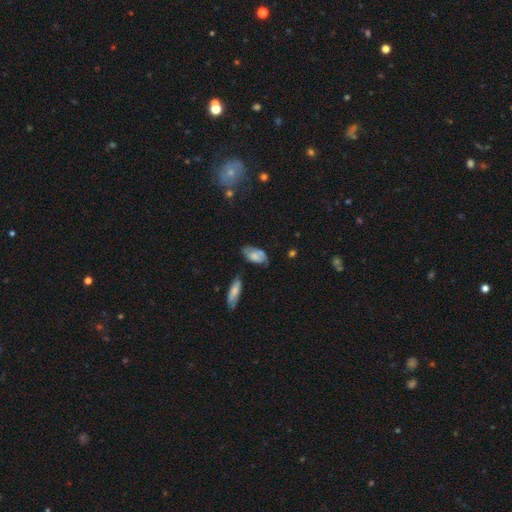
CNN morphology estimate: The model was most divided on "smooth or featured": smooth: 62%, featured or disk: 31%, star or artifact: 8%. More confident: how rounded — in between (91%); merging — none (60%).